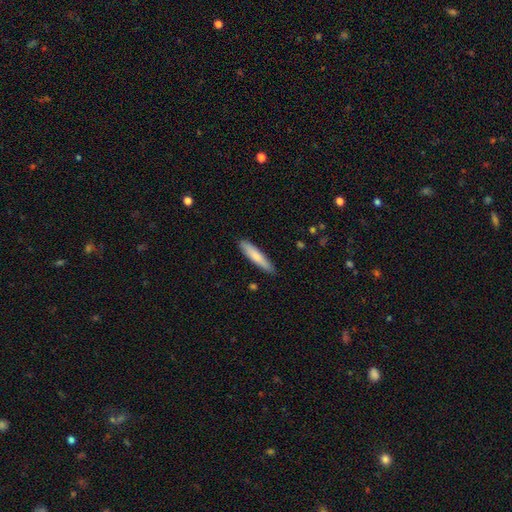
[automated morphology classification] Smooth or featured? smooth (78%)
How rounded? cigar-shaped (88%)
Merging? none (88%)